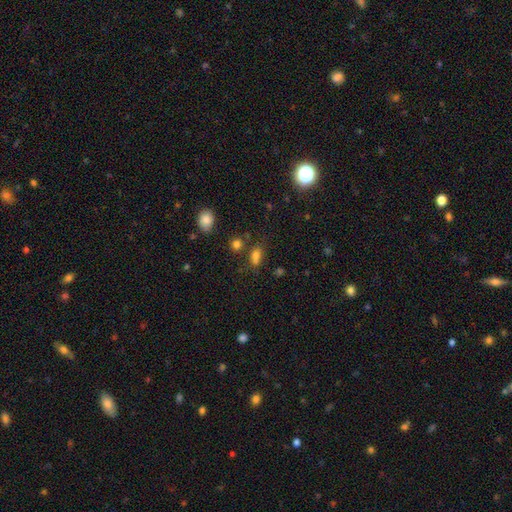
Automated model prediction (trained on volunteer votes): Morphology: type=smooth (74%); roundness=in between (69%); merging=none (58%).